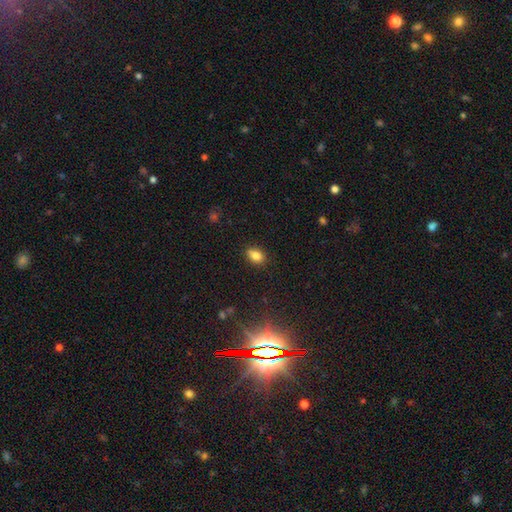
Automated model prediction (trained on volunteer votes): Overall: smooth (80%). How rounded: in between (77%). Merging: none (79%).